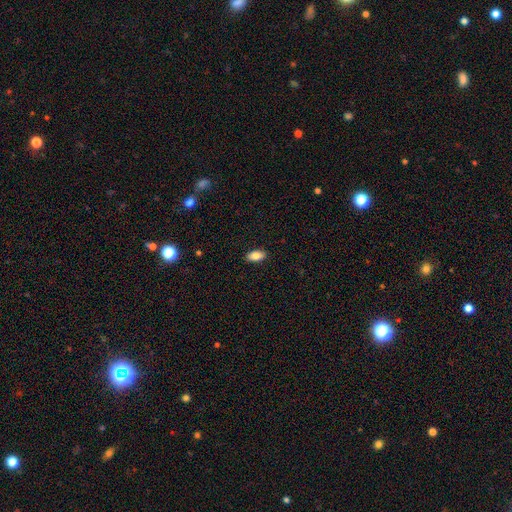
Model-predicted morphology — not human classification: This appears to be a smooth galaxy with no disk features (83%) that is in between round and cigar-shaped (91%). Merging: none (89%).